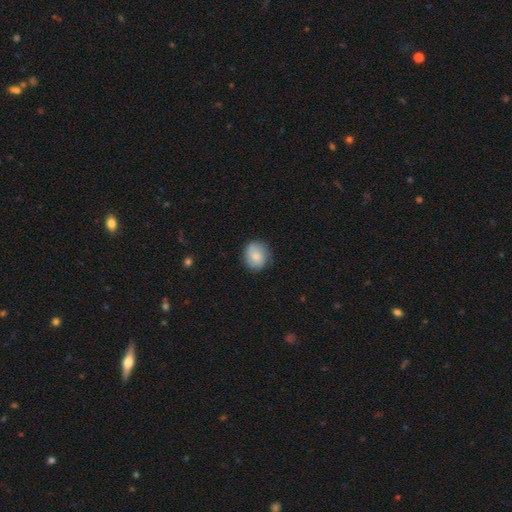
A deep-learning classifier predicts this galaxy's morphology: Smooth or featured?
  - smooth: 71% *
  - featured or disk: 22%
  - star or artifact: 7%
How rounded?
  - round: 74% *
  - in between: 25%
  - cigar-shaped: 1%
Merging?
  - none: 77% *
  - minor disturbance: 18%
  - major disturbance: 4%
  - merger: 1%